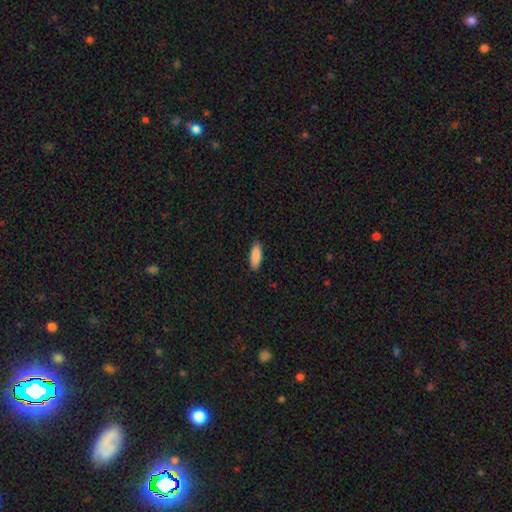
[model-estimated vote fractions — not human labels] Q: Smooth or featured?
A: smooth (89%); runner-up: star or artifact (6%)
Q: How rounded?
A: in between (54%); runner-up: cigar-shaped (45%)
Q: Merging?
A: none (90%); runner-up: minor disturbance (8%)